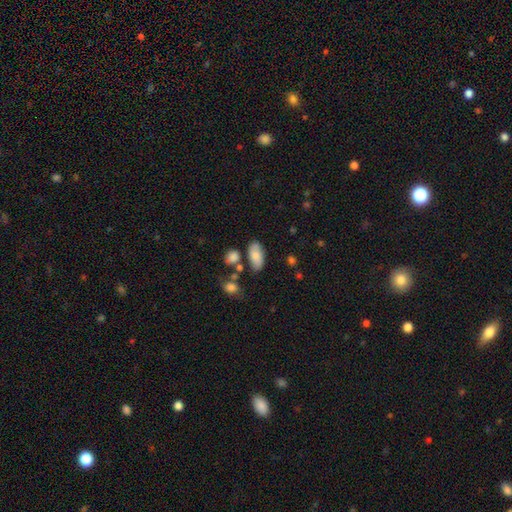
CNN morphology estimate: This appears to be a smooth galaxy with no disk features (78%) that is in between round and cigar-shaped (90%). Merging: none (69%).